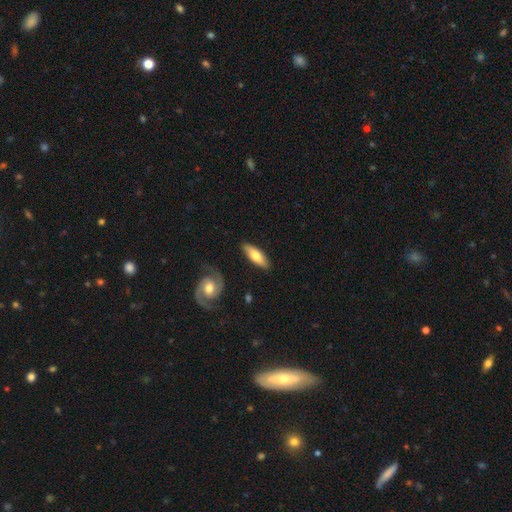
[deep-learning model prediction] Overall: smooth (61%; featured or disk 34%). How rounded: in between (55%; cigar-shaped 43%). Merging: none (85%).